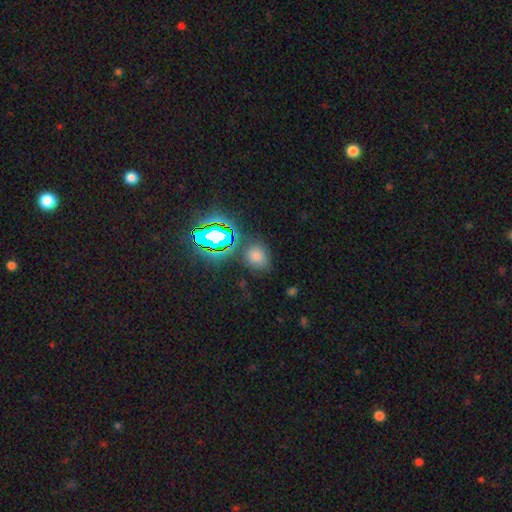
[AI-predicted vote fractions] A smooth galaxy with no disk features (59%) that is round (51%). Merging: none (77%).